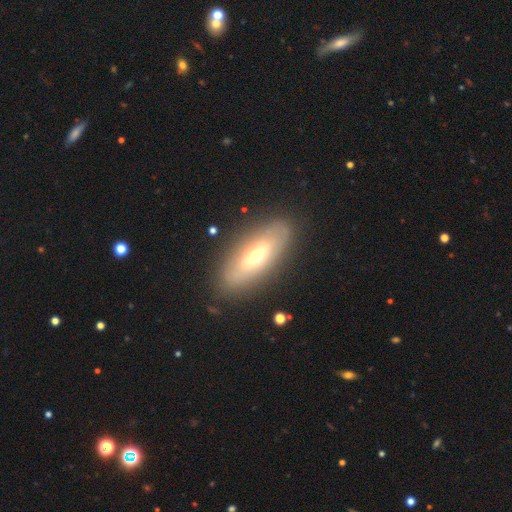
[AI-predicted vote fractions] Smooth or featured: featured or disk — 48% (smooth — 45%)
Merging: none — 85% (minor disturbance — 10%)